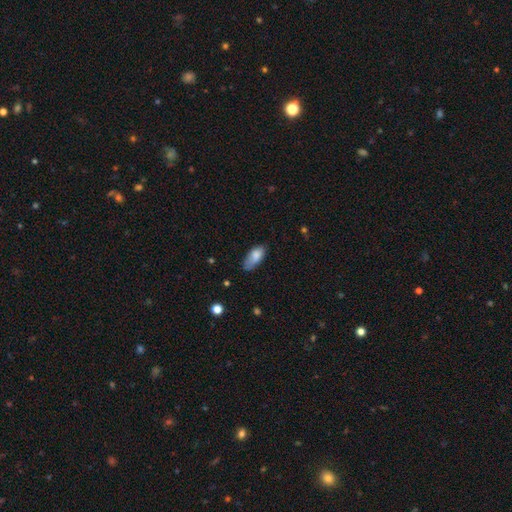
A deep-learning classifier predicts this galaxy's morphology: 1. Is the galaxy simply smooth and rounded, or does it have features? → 82% smooth, 11% featured or disk, 7% star or artifact.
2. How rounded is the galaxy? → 87% in between, 11% cigar-shaped, 2% round.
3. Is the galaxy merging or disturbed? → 57% none, 33% minor disturbance, 8% major disturbance, 2% merger.